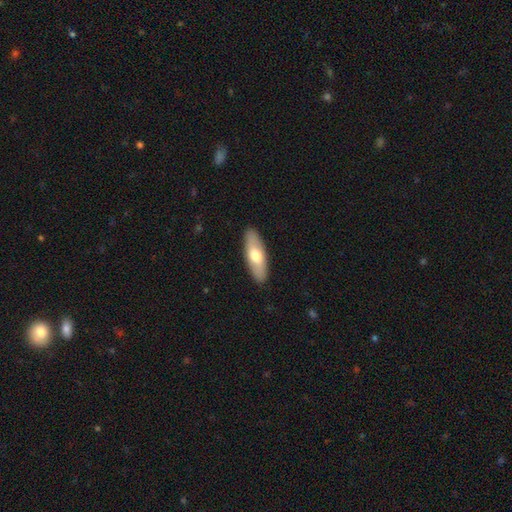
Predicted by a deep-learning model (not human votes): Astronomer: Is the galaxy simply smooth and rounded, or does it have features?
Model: smooth — 63%.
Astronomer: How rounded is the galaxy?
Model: in between — 66%.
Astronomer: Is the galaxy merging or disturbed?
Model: none — 90%.